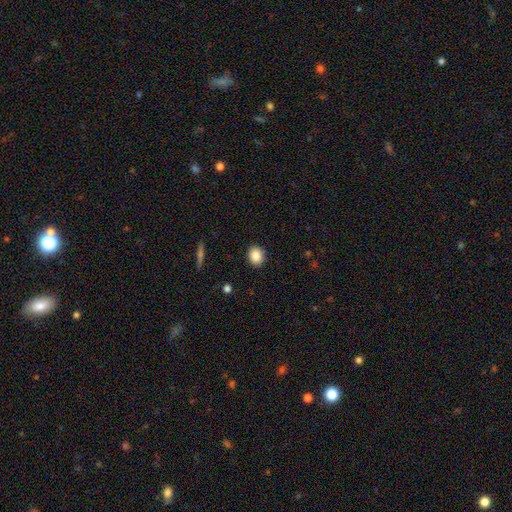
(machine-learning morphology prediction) Smooth or featured: smooth — 86% (star or artifact — 8%)
How rounded: round — 54% (in between — 45%)
Merging: none — 90% (minor disturbance — 7%)